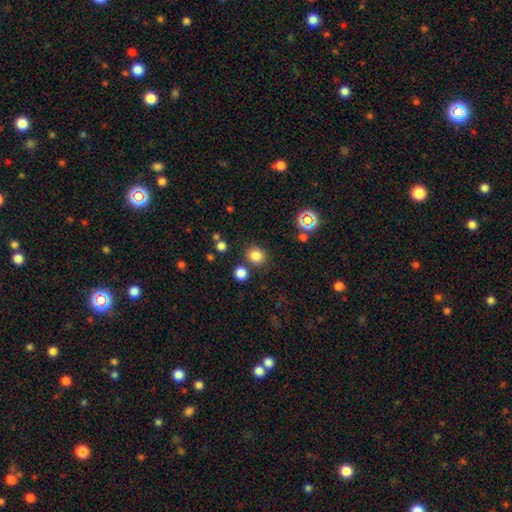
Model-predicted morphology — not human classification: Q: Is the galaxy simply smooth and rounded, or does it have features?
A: smooth — 81%.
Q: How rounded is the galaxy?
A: round — 78%.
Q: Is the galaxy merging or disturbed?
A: none — 80%.